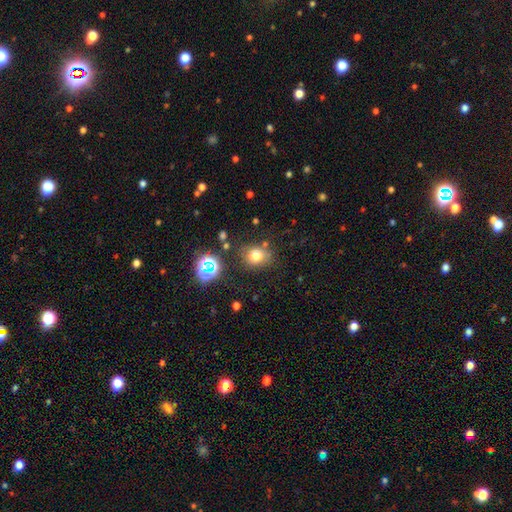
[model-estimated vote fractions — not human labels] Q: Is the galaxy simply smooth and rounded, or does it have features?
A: smooth — 74%.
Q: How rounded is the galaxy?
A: round — 59%.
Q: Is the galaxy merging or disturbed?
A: none — 75%.